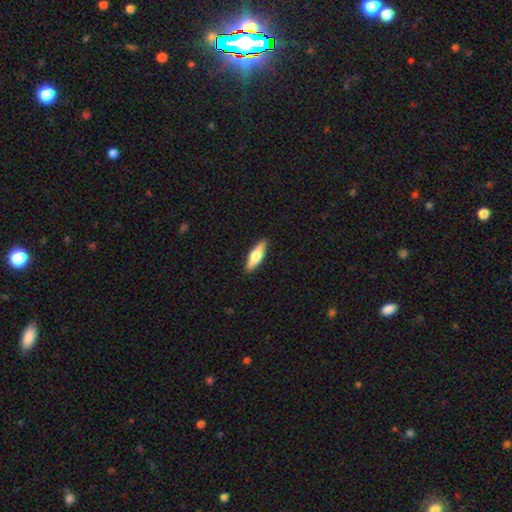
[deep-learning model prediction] Smooth or featured: smooth — 56% (featured or disk — 38%)
How rounded: cigar-shaped — 57% (in between — 40%)
Merging: none — 90% (minor disturbance — 8%)